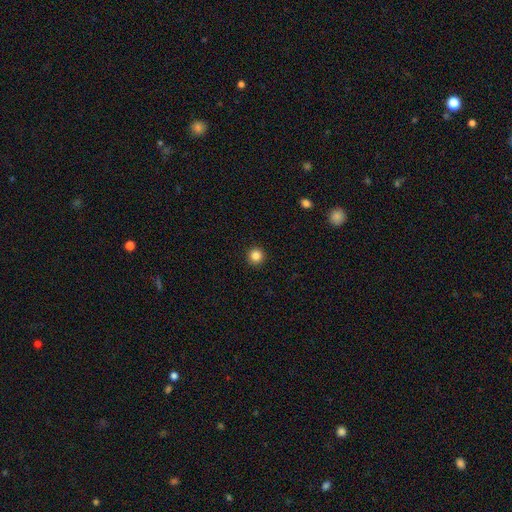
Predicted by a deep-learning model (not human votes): smooth-or-featured: smooth: 85% | star or artifact: 11% | featured or disk: 4%
  how-rounded: round: 96% | in between: 3% | cigar-shaped: 1%
  merging: none: 93% | minor disturbance: 4% | major disturbance: 2% | merger: 1%